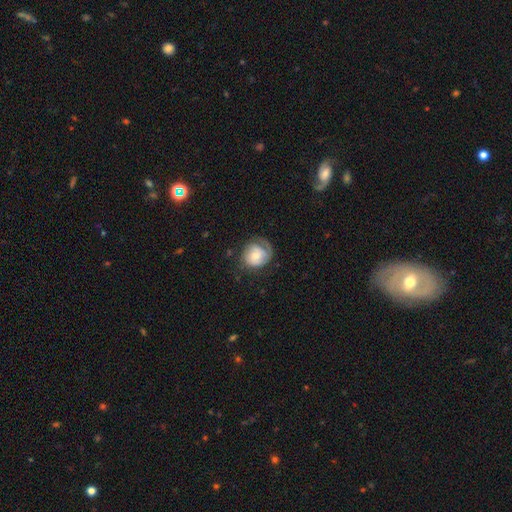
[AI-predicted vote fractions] Morphology: type=featured or disk (53%); edge-on=no (97%); bar=no (70%); spiral arms=yes (79%); bulge=moderate (55%); merging=none (52%).